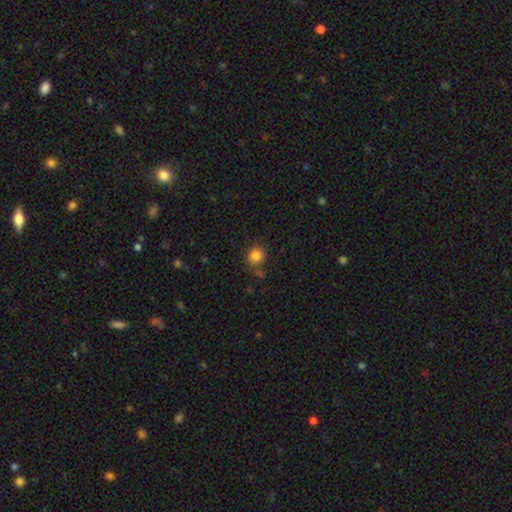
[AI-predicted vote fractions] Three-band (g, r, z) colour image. It shows a smooth galaxy with no disk features (84%) that is round (84%). Merging: none (75%).